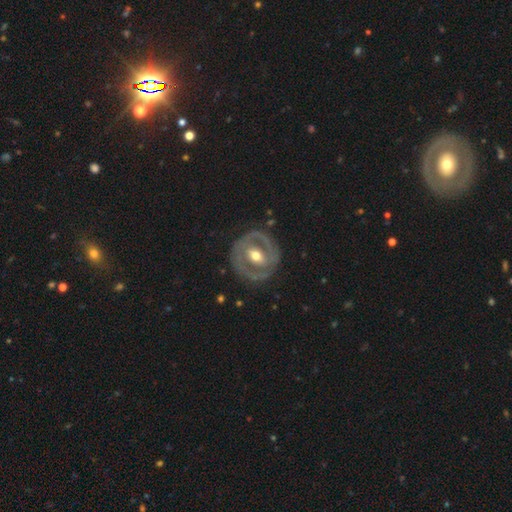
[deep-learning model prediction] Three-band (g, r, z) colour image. It shows a featured or disk galaxy (74%) with a weak bar (39%), no spiral arms (54%) and a moderate central bulge (75%). Merging: none (79%).